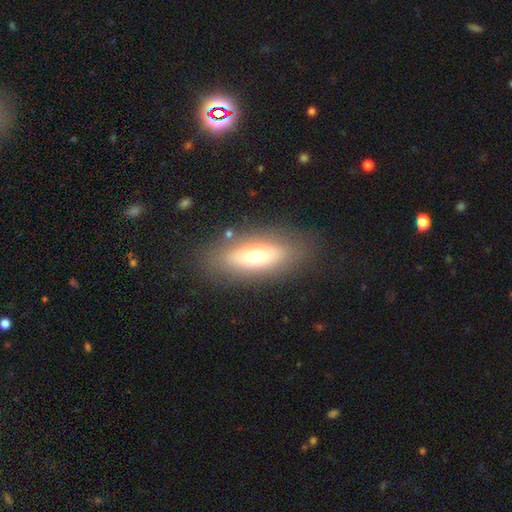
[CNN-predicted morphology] A smooth galaxy with no disk features (60%) that is in between round and cigar-shaped (68%).

Vote fractions:
- Smooth or featured? smooth: 60% / featured or disk: 32% / star or artifact: 9%
- How rounded? in between: 68% / cigar-shaped: 29% / round: 3%
- Merging? none: 84% / minor disturbance: 11% / major disturbance: 4% / merger: 2%